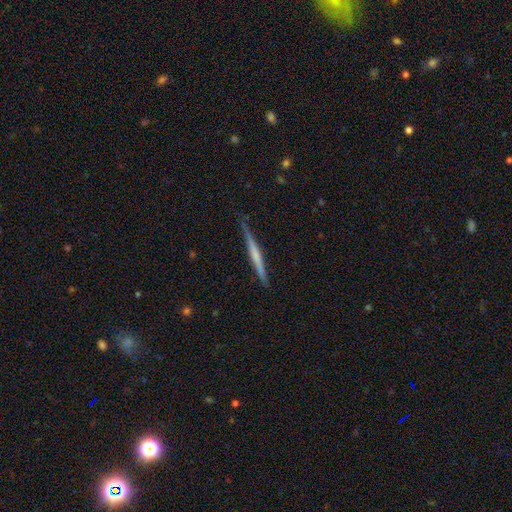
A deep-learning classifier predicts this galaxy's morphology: Q: Smooth or featured?
A: featured or disk (59%); runner-up: smooth (36%)
Q: Edge-on disk?
A: yes (98%); runner-up: no (2%)
Q: Edge-on bulge?
A: none (62%); runner-up: rounded (26%)
Q: Merging?
A: none (86%); runner-up: minor disturbance (11%)